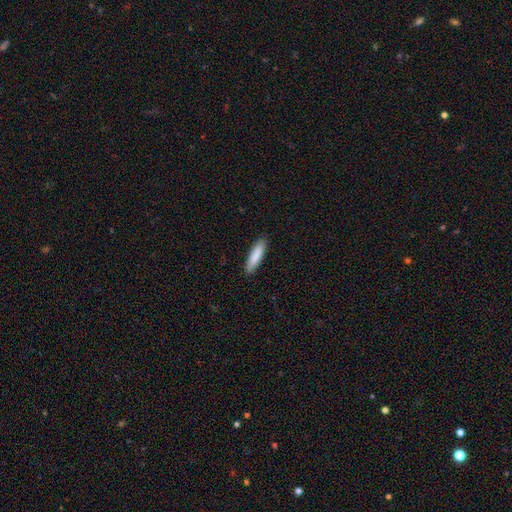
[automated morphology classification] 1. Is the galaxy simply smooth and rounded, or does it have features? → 86% smooth, 9% featured or disk, 5% star or artifact.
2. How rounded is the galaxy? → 76% cigar-shaped, 23% in between, 1% round.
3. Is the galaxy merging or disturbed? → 89% none, 9% minor disturbance, 2% major disturbance, 1% merger.